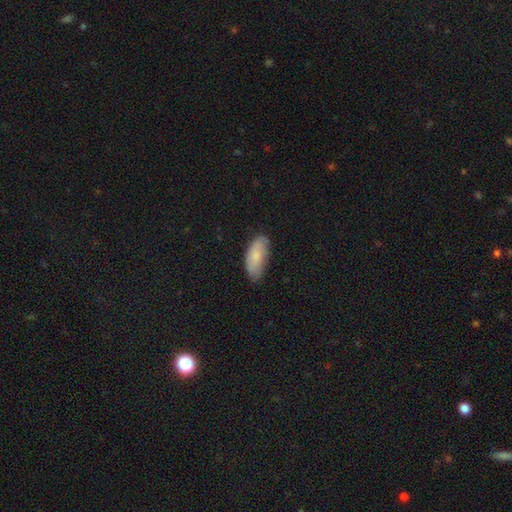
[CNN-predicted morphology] smooth-or-featured: smooth: 79% | featured or disk: 15% | star or artifact: 6%
  how-rounded: in between: 88% | cigar-shaped: 10% | round: 2%
  merging: none: 64% | minor disturbance: 29% | major disturbance: 5% | merger: 1%